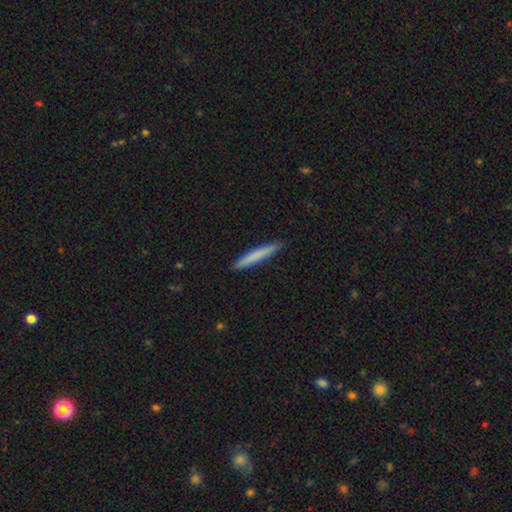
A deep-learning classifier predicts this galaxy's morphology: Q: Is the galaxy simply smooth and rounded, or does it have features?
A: smooth — 75%.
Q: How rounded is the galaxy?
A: cigar-shaped — 96%.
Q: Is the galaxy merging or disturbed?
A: none — 92%.